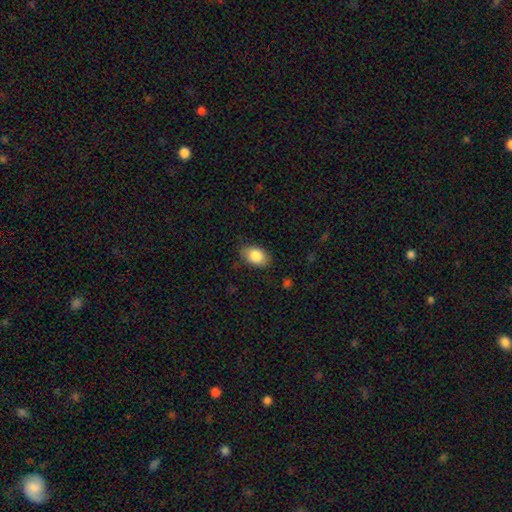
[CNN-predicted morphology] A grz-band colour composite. It shows a smooth galaxy with no disk features (85%) that is in between round and cigar-shaped (88%). Merging: none (80%).